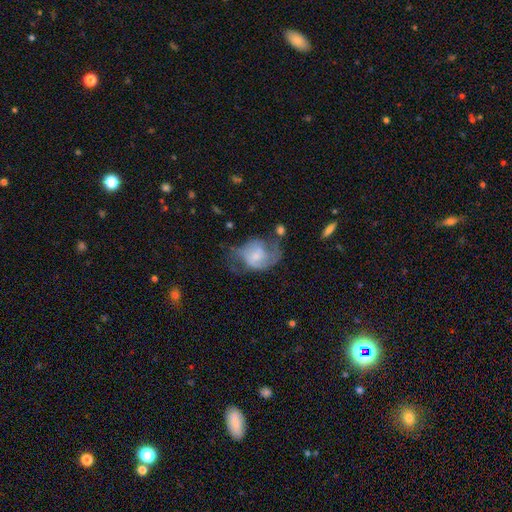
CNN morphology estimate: A featured or disk galaxy (59%) with no bar (61%), spiral arms (77%) and a small central bulge (45%).

Vote fractions:
- Smooth or featured? featured or disk: 59% / smooth: 34% / star or artifact: 7%
- Edge-on disk? no: 97% / yes: 3%
- Bar? no: 61% / weak: 33% / strong: 6%
- Spiral arms? yes: 77% / no: 23%
- Bulge size? small: 45% / moderate: 35% / none: 10% / large: 7% / dominant: 2%
- Merging? major disturbance: 34% (tied) / none: 34% (tied) / minor disturbance: 26% / merger: 6%